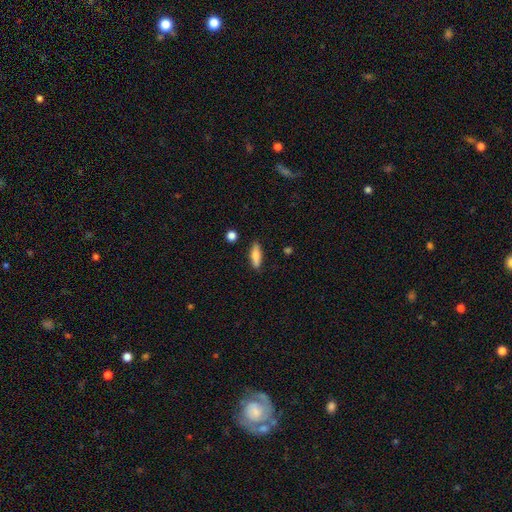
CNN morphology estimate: Smooth or featured? smooth (79%)
How rounded? cigar-shaped (52%)
Merging? none (84%)